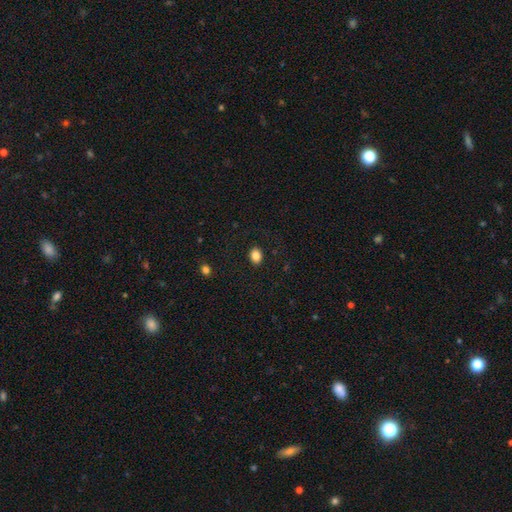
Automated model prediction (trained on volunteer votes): Overall: smooth (84%). How rounded: in between (63%; round 36%). Merging: none (89%).